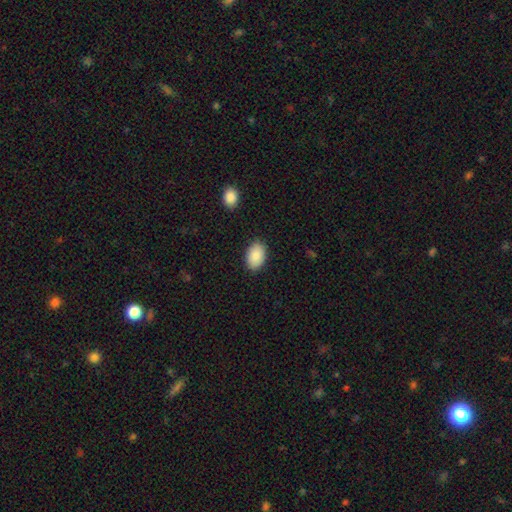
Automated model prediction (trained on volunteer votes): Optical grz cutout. It shows a smooth galaxy with no disk features (89%) that is in between round and cigar-shaped (90%). Merging: none (88%).